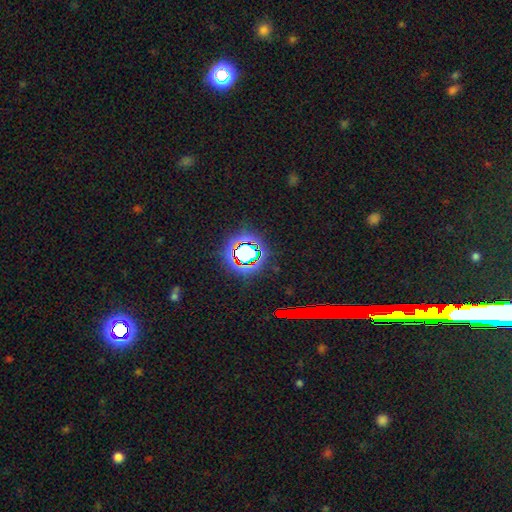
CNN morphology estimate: A star or artifact, not a galaxy (77%).